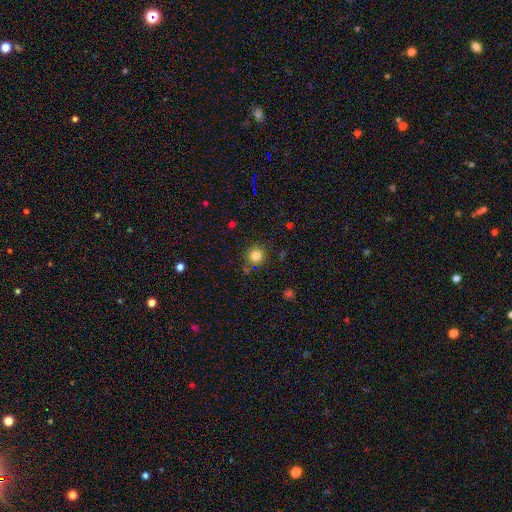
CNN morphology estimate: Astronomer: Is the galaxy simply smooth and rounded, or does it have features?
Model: smooth — 82%.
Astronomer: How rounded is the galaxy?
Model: round — 94%.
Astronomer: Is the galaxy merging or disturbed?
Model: none — 85%.